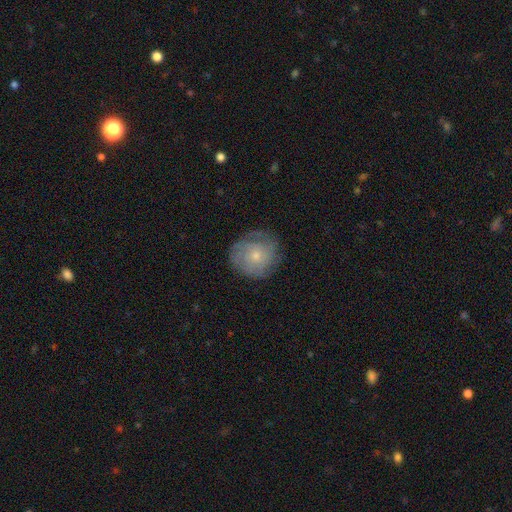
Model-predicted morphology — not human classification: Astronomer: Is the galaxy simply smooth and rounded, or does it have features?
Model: featured or disk — 47% (runner-up: smooth, 45%).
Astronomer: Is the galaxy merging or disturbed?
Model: none — 72%.